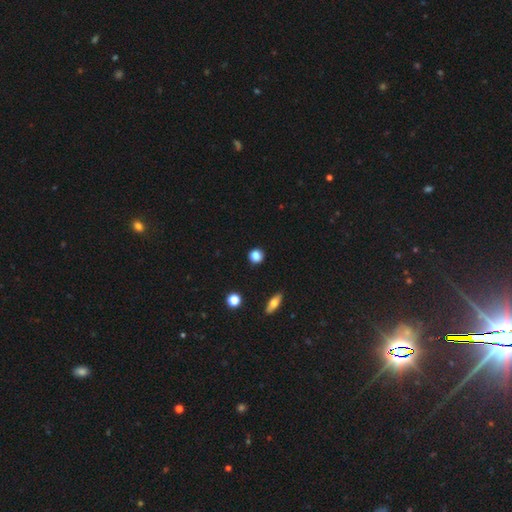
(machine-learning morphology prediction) type=smooth (84%); roundness=round (91%); merging=none (90%).